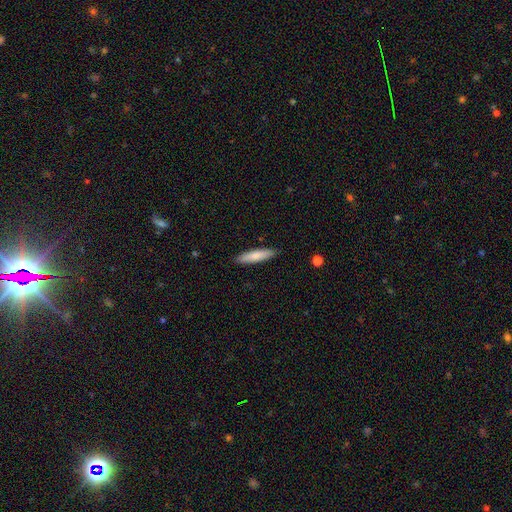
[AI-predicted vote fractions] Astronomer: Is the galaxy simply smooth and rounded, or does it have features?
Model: smooth — 80%.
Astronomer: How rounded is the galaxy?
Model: cigar-shaped — 81%.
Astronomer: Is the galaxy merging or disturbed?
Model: none — 89%.